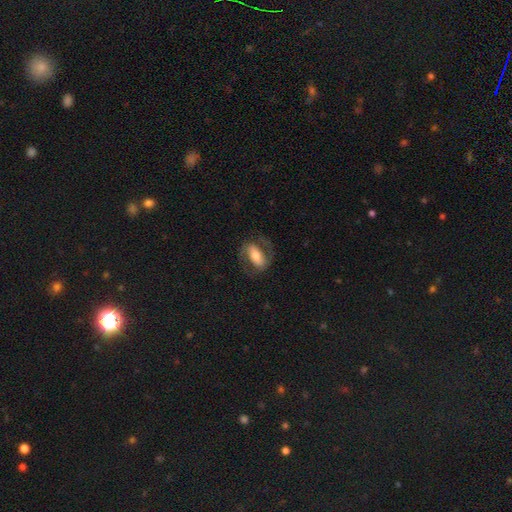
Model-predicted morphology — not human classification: This appears to be a featured or disk galaxy (61%) with a strong bar (51%), spiral arms (74%) and a moderate central bulge (59%). Merging: none (70%).